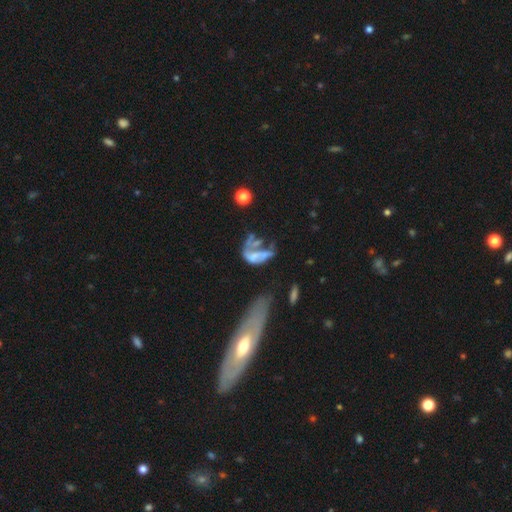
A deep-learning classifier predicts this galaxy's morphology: featured or disk 55%, smooth 32%, star or artifact 13%. Down the decision tree: edge-on disk — no (94%); bar — no (78%); spiral arms — no (76%); bulge size — none (60%); merging — major disturbance (41%).